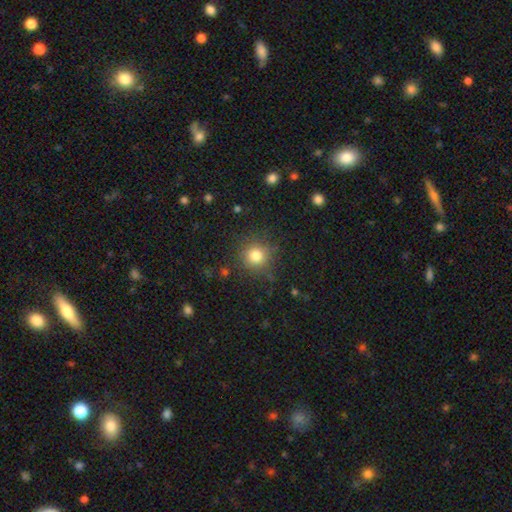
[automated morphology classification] A smooth galaxy with no disk features (79%) that is round (93%).

Vote fractions:
- Smooth or featured? smooth: 79% / star or artifact: 14% / featured or disk: 7%
- How rounded? round: 93% / in between: 6% / cigar-shaped: 1%
- Merging? none: 86% / minor disturbance: 9% / major disturbance: 3% / merger: 2%